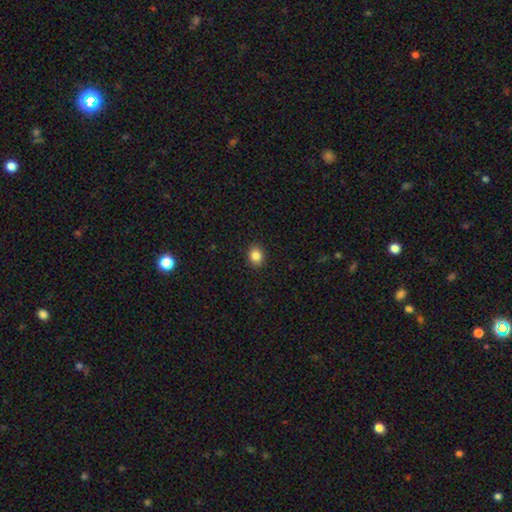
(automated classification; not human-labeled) smooth-or-featured: smooth: 85% | star or artifact: 10% | featured or disk: 5%
  how-rounded: round: 53% | in between: 47% | cigar-shaped: 1%
  merging: none: 91% | minor disturbance: 7% | major disturbance: 2% | merger: 1%